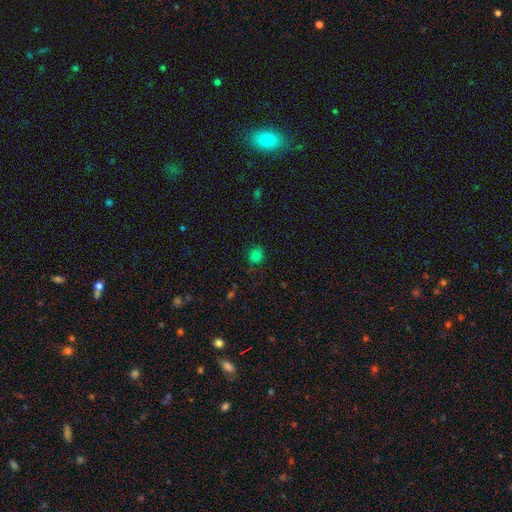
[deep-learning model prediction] This is clearly a smooth galaxy (80%). How rounded: clearly round (89%). Merging: clearly none (83%).